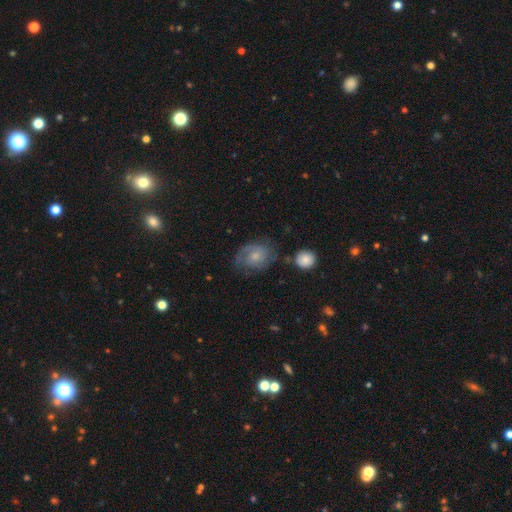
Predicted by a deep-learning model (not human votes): smooth-or-featured: featured or disk: 58% | smooth: 33% | star or artifact: 8%
  disk-edge-on: no: 97% | yes: 3%
    bar: no: 72% | weak: 25% | strong: 3%
    has-spiral-arms: yes: 87% | no: 13%
    bulge-size: small: 47% | moderate: 42% | none: 6% | large: 4% | dominant: 1%
  merging: none: 58% | minor disturbance: 23% | major disturbance: 15% | merger: 4%